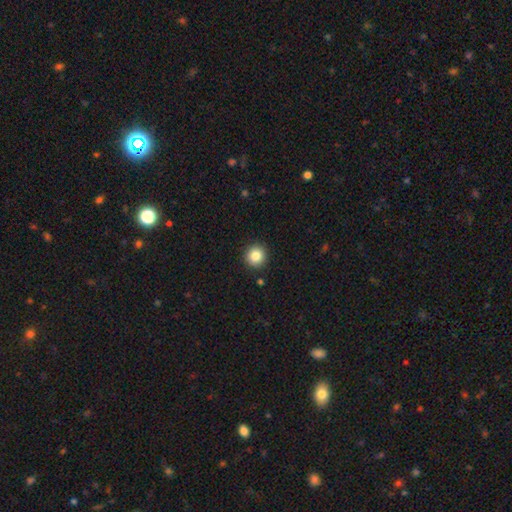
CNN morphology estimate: This appears to be a smooth galaxy with no disk features (85%) that is round (94%). Merging: none (92%).